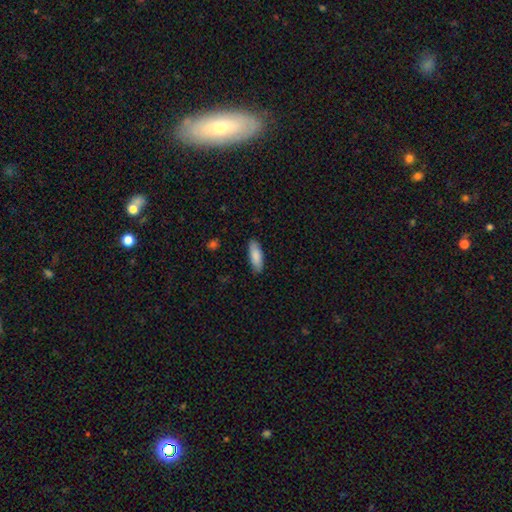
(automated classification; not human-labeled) The model was most divided on "how rounded": in between: 68%, cigar-shaped: 31%, round: 2%. More confident: smooth or featured — smooth (88%); merging — none (88%).